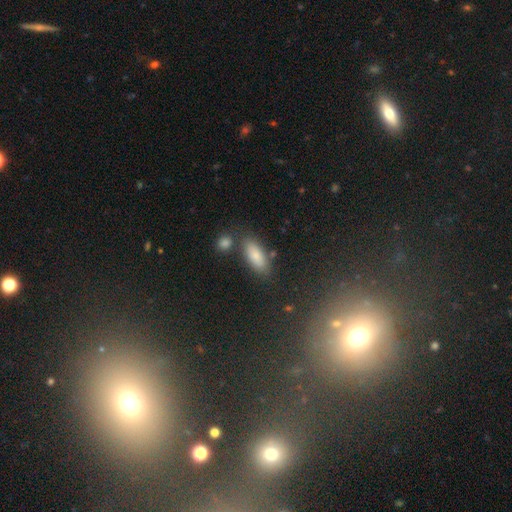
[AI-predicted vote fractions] Q: Smooth or featured?
A: smooth (83%); runner-up: featured or disk (9%)
Q: How rounded?
A: in between (79%); runner-up: cigar-shaped (18%)
Q: Merging?
A: none (74%); runner-up: minor disturbance (13%)